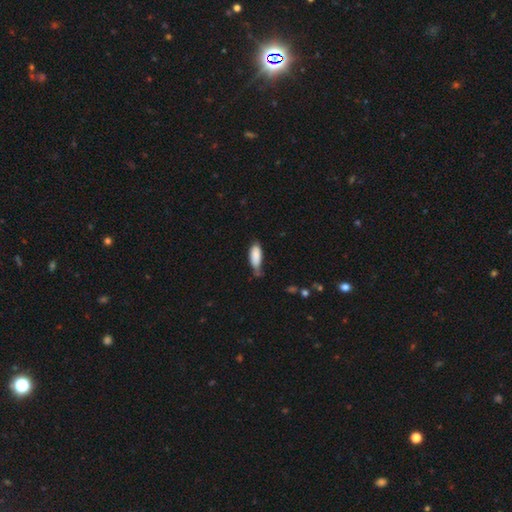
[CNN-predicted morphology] A smooth galaxy with no disk features (86%) that is in between round and cigar-shaped (78%).

Vote fractions:
- Smooth or featured? smooth: 86% / featured or disk: 7% / star or artifact: 7%
- How rounded? in between: 78% / cigar-shaped: 20% / round: 2%
- Merging? none: 43% / minor disturbance: 41% / major disturbance: 10% / merger: 6%